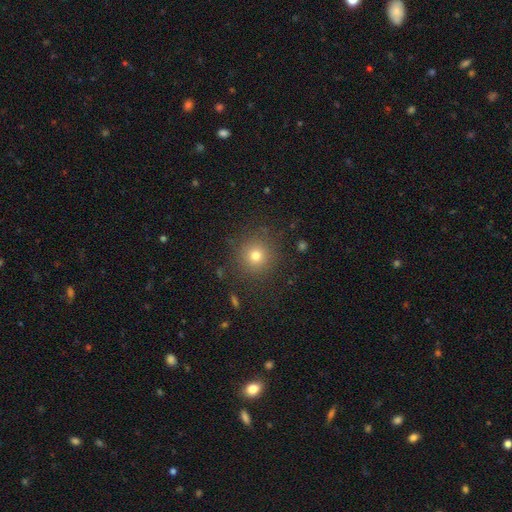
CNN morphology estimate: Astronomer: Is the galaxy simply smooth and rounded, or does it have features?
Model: smooth — 75%.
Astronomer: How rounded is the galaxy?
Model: round — 94%.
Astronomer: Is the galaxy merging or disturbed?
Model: none — 88%.